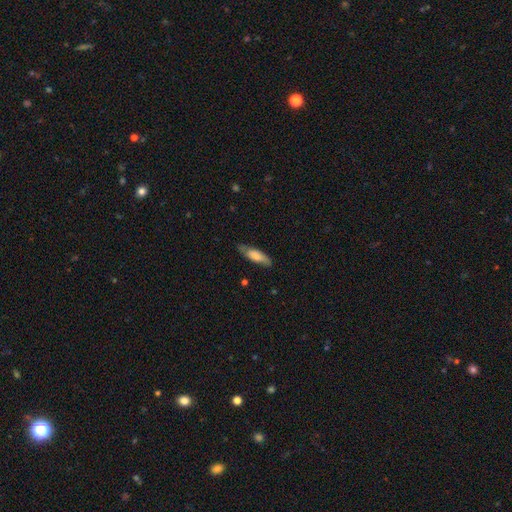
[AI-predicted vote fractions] Morphology: type=smooth (66%); roundness=cigar-shaped (55%); merging=none (75%).